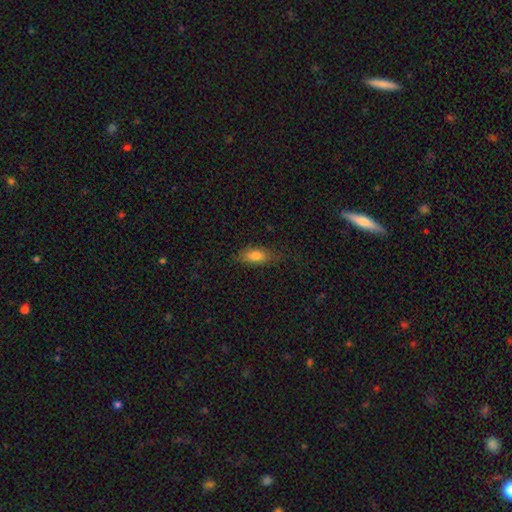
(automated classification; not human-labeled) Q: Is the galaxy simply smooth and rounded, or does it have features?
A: smooth — 80%.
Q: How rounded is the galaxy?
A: in between — 82%.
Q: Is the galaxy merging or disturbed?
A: none — 73%.